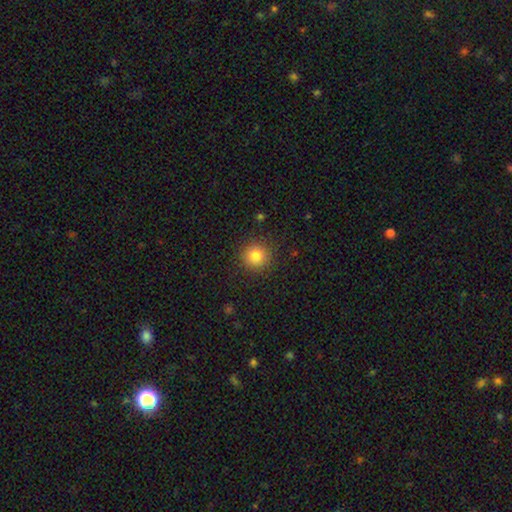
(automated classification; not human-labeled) Smooth or featured: smooth — 82% (star or artifact — 12%)
How rounded: round — 94% (in between — 5%)
Merging: none — 90% (minor disturbance — 7%)